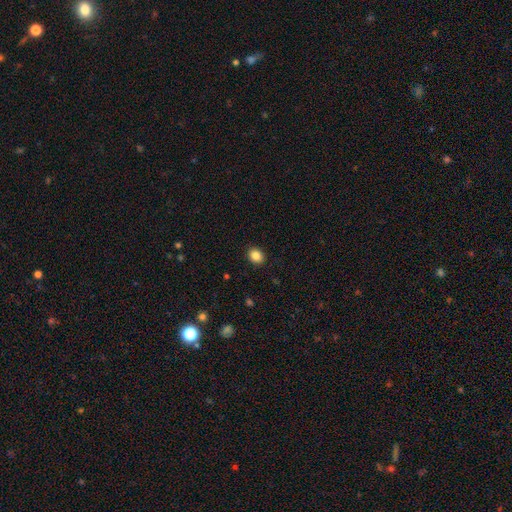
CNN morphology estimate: smooth_or_featured: smooth (p=0.86) [alt: star or artifact p=0.10]
how_rounded: round (p=0.57) [alt: in between p=0.42]
merging: none (p=0.91) [alt: minor disturbance p=0.06]